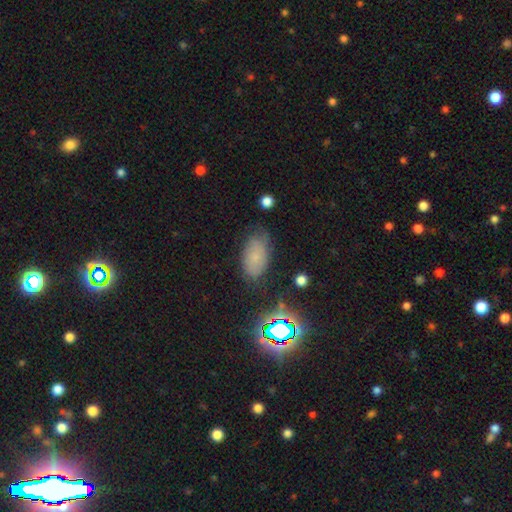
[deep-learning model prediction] Smooth or featured: smooth — 68% (featured or disk — 16%)
How rounded: in between — 92% (round — 5%)
Merging: none — 67% (minor disturbance — 24%)